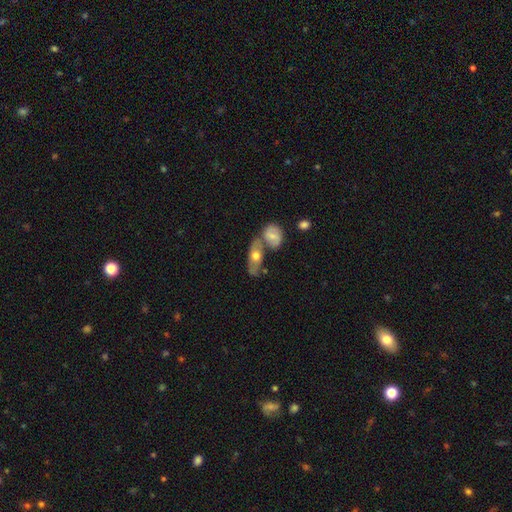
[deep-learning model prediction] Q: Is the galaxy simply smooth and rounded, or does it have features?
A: smooth — 53%.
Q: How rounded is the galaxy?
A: in between — 73%.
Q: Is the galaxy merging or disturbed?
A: none — 41%.